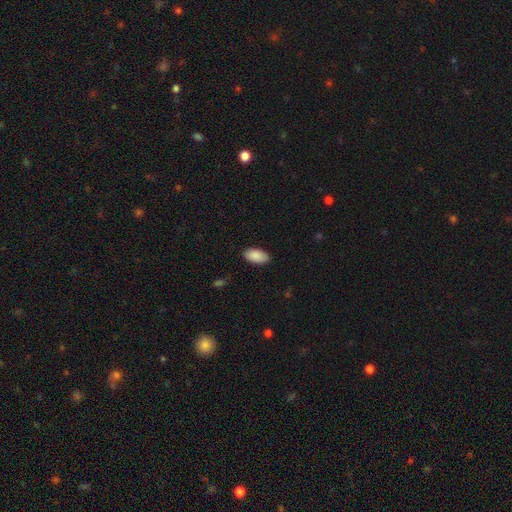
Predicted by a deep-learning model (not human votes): Overall: smooth (90%). How rounded: in between (95%). Merging: none (87%).